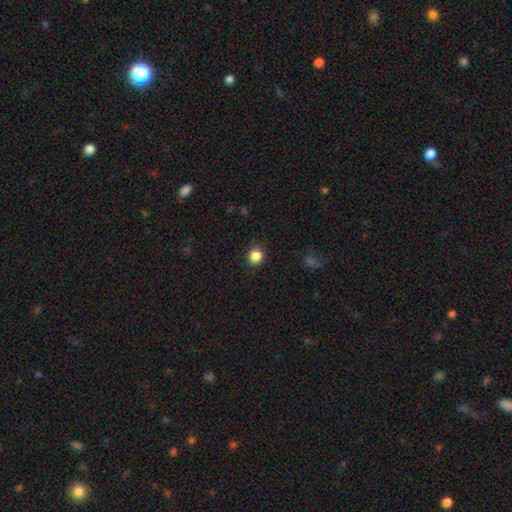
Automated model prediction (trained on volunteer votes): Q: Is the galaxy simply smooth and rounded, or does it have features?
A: smooth — 86%.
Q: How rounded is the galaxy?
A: round — 87%.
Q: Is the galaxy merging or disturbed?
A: none — 90%.